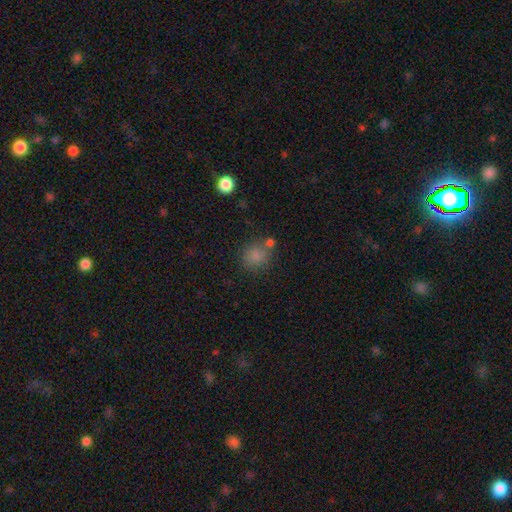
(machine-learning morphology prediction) Overall: smooth (81%). How rounded: round (83%). Merging: none (68%).